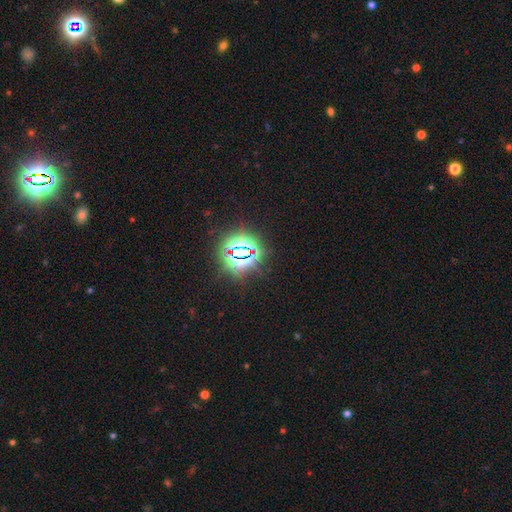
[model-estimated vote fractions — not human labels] A star or artifact, not a galaxy (83%).

Vote fractions:
- Smooth or featured? star or artifact: 83% / smooth: 12% / featured or disk: 5%